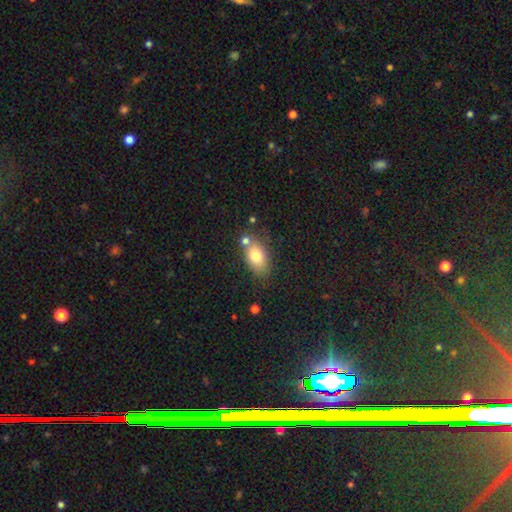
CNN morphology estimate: Smooth or featured? Predicted: smooth (p=0.75). How rounded? Predicted: in between (p=0.85). Merging? Predicted: none (p=0.62).